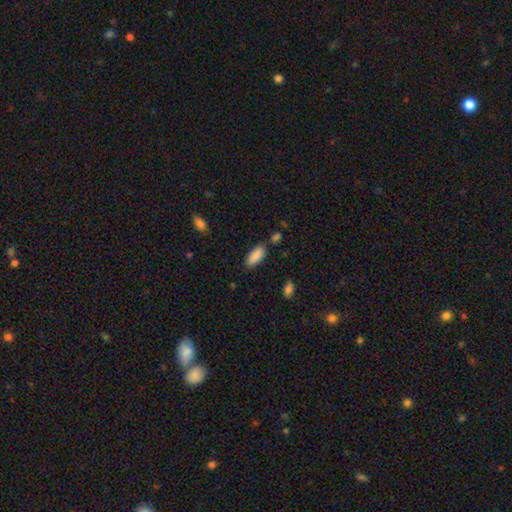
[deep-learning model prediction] Smooth or featured? smooth (89%)
How rounded? in between (84%)
Merging? none (79%)